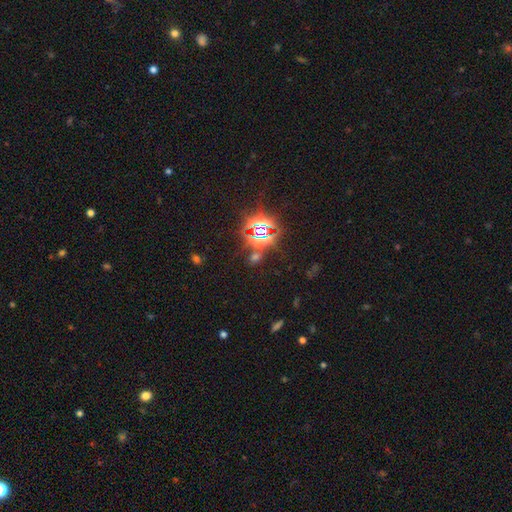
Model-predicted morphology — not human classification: Overall: star or artifact (79%).